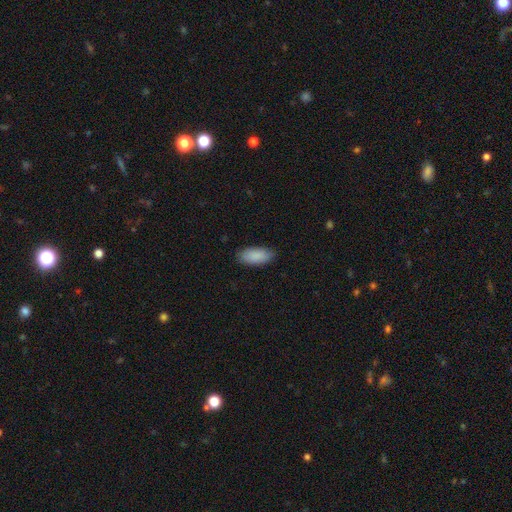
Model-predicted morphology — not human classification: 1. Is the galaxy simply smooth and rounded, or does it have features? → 89% smooth, 6% star or artifact, 5% featured or disk.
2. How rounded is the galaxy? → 90% in between, 9% cigar-shaped, 2% round.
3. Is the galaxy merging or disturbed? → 83% none, 13% minor disturbance, 2% major disturbance, 1% merger.